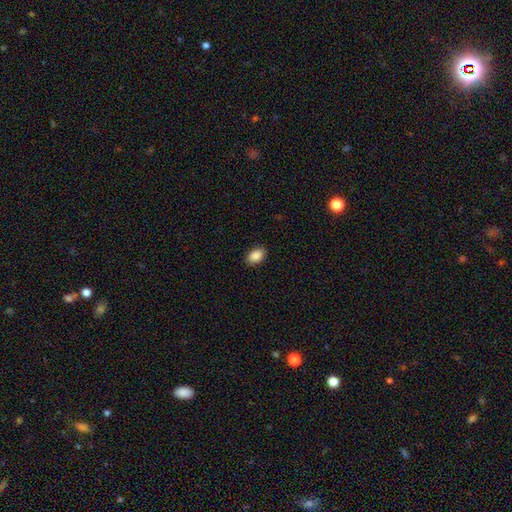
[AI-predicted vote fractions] Q: Smooth or featured?
A: smooth (88%); runner-up: star or artifact (8%)
Q: How rounded?
A: in between (87%); runner-up: round (12%)
Q: Merging?
A: none (89%); runner-up: minor disturbance (8%)